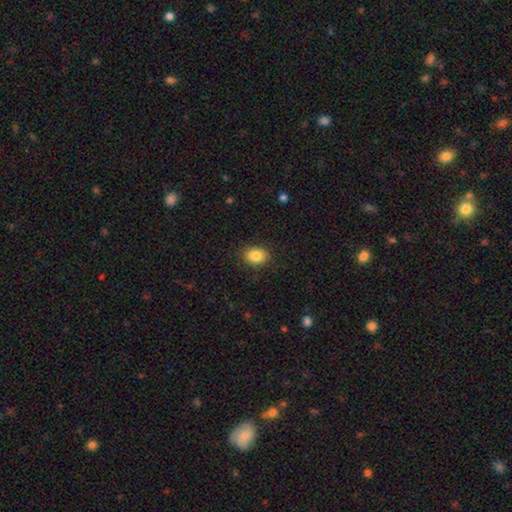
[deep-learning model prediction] Overall: smooth (85%). How rounded: in between (70%). Merging: none (87%).